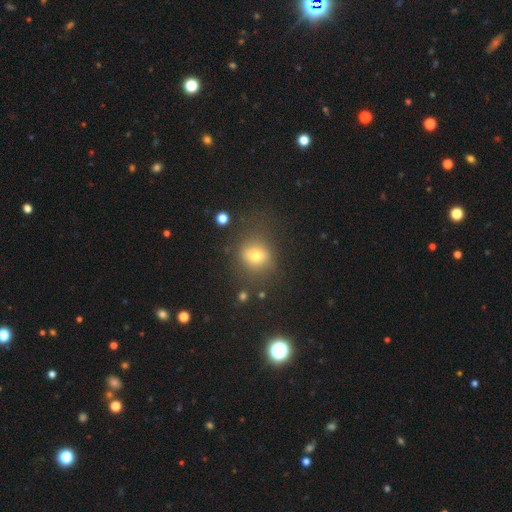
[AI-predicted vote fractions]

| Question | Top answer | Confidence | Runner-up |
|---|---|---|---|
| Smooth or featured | smooth | 68% | star or artifact (17%) |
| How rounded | round | 70% | in between (29%) |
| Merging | none | 69% | minor disturbance (17%) |